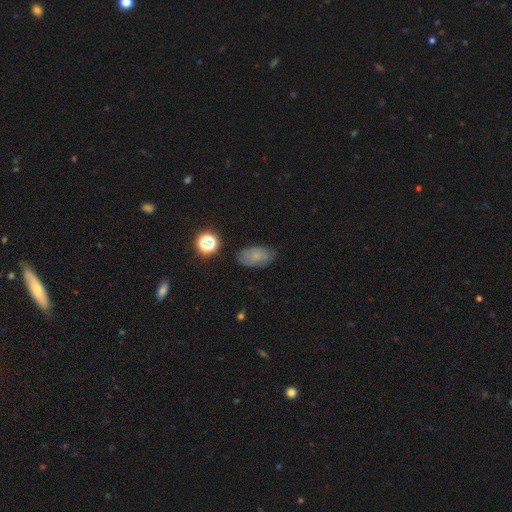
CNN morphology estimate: Q: Smooth or featured?
A: smooth (69%); runner-up: featured or disk (20%)
Q: How rounded?
A: in between (89%); runner-up: round (9%)
Q: Merging?
A: none (75%); runner-up: minor disturbance (19%)